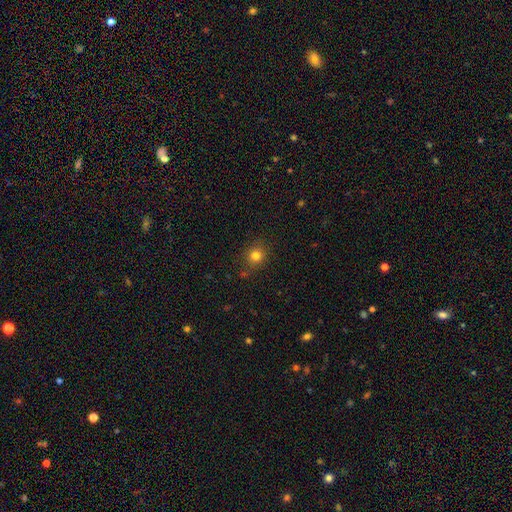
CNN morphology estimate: smooth-or-featured: smooth: 79% | star or artifact: 14% | featured or disk: 7%
  how-rounded: round: 84% | in between: 15% | cigar-shaped: 1%
  merging: none: 84% | minor disturbance: 11% | major disturbance: 3% | merger: 3%